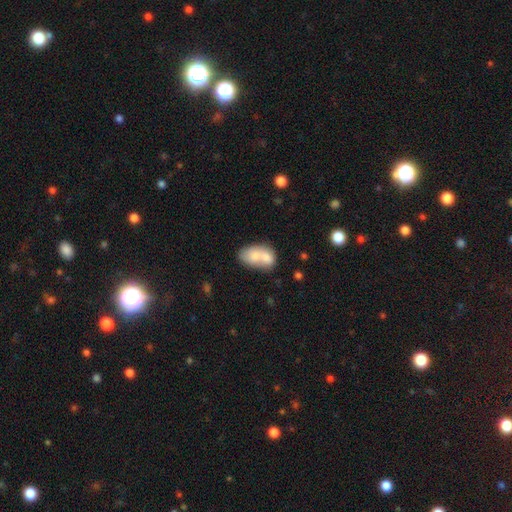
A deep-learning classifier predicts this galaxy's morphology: Smooth or featured? Predicted: smooth (p=0.71). How rounded? Predicted: in between (p=0.83). Merging? Predicted: merger (p=0.69).